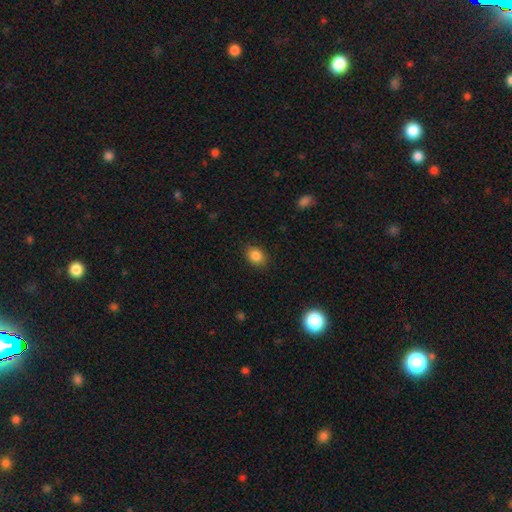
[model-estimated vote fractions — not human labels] Q: Smooth or featured?
A: smooth (85%); runner-up: star or artifact (10%)
Q: How rounded?
A: in between (61%); runner-up: round (38%)
Q: Merging?
A: none (86%); runner-up: minor disturbance (10%)